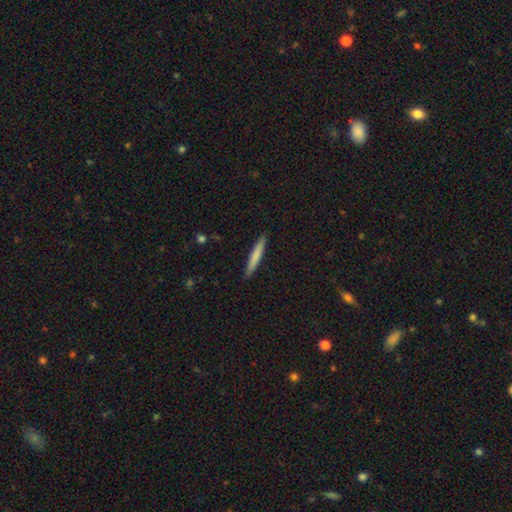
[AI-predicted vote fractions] Q: Smooth or featured?
A: smooth (73%); runner-up: featured or disk (22%)
Q: How rounded?
A: cigar-shaped (96%); runner-up: in between (3%)
Q: Merging?
A: none (91%); runner-up: minor disturbance (6%)